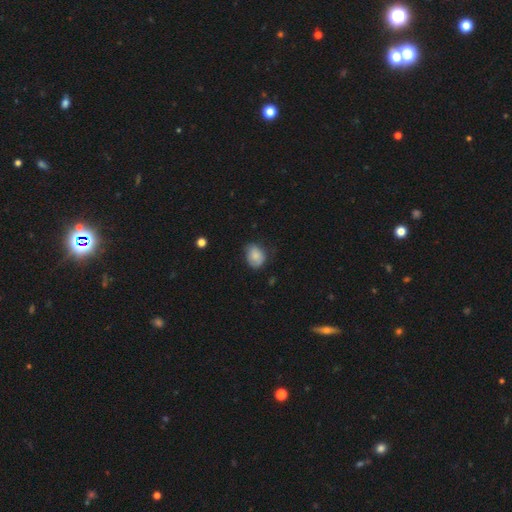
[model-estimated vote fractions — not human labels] smooth 81%, featured or disk 11%, star or artifact 8%. Down the decision tree: how rounded — in between (63%); merging — none (57%).